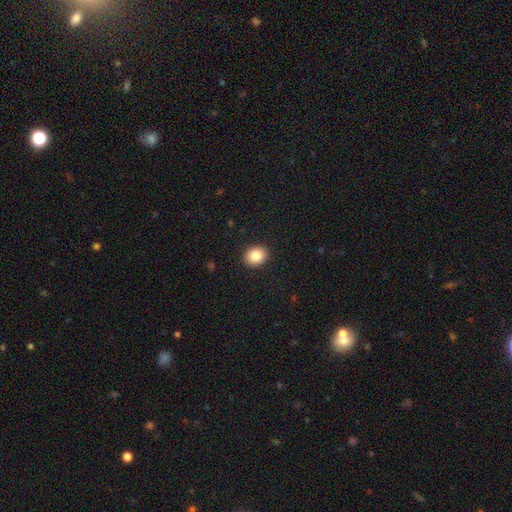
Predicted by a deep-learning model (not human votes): The model was most divided on "how rounded": round: 65%, in between: 34%, cigar-shaped: 1%. More confident: merging — none (92%); smooth or featured — smooth (84%).